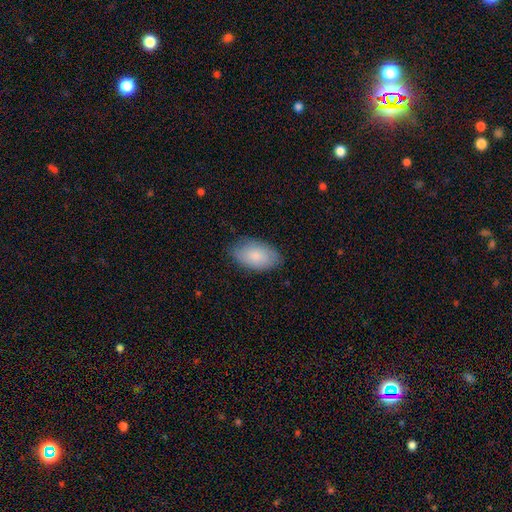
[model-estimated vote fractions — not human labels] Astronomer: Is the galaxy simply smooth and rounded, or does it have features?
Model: smooth — 82%.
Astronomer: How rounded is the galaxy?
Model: in between — 95%.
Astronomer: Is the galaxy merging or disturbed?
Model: none — 81%.